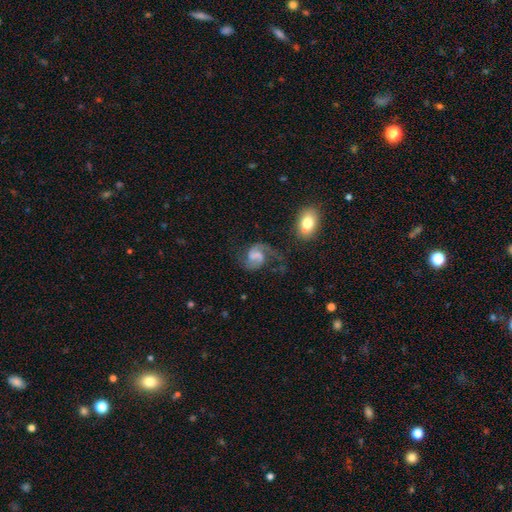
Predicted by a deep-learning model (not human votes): smooth_or_featured: featured or disk (p=0.77) [alt: smooth p=0.14]
disk_edge_on: no (p=0.98) [alt: yes p=0.02]
bar: weak (p=0.47) [alt: no p=0.38]
has_spiral_arms: yes (p=0.94) [alt: no p=0.06]
spiral_winding: medium (p=0.45) [alt: loose p=0.44]
spiral_arm_count: 2 (p=0.88) [alt: 1 p=0.05]
bulge_size: none (p=0.43) [alt: small p=0.26]
merging: none (p=0.51) [alt: major disturbance p=0.21]